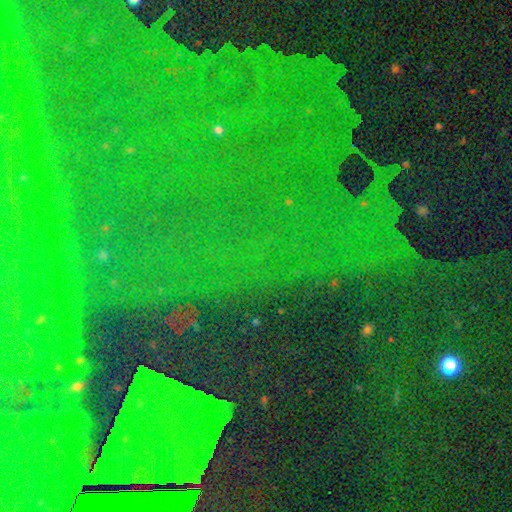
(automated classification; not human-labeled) The model was most divided on "smooth or featured": star or artifact: 84%, smooth: 8%, featured or disk: 8%.